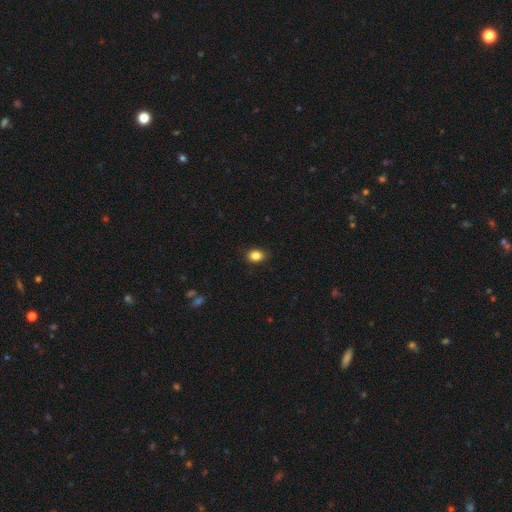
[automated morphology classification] A smooth galaxy with no disk features (86%) that is in between round and cigar-shaped (61%). Merging: none (86%).